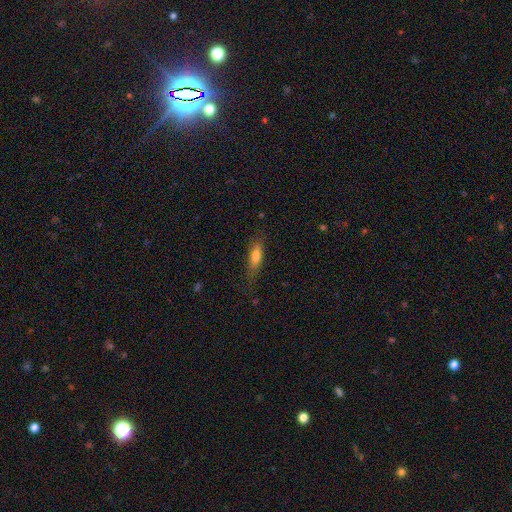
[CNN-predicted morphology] Smooth or featured: smooth — 72% (featured or disk — 21%)
How rounded: cigar-shaped — 50% (in between — 48%)
Merging: none — 74% (minor disturbance — 19%)